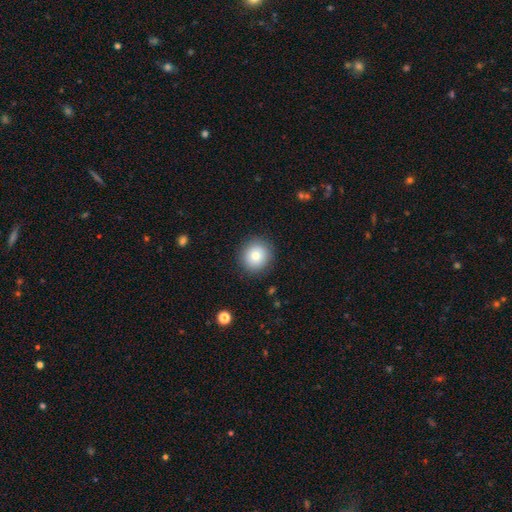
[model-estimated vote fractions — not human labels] smooth_or_featured: smooth (p=0.79) [alt: featured or disk p=0.11]
how_rounded: round (p=0.91) [alt: in between p=0.08]
merging: none (p=0.89) [alt: minor disturbance p=0.07]